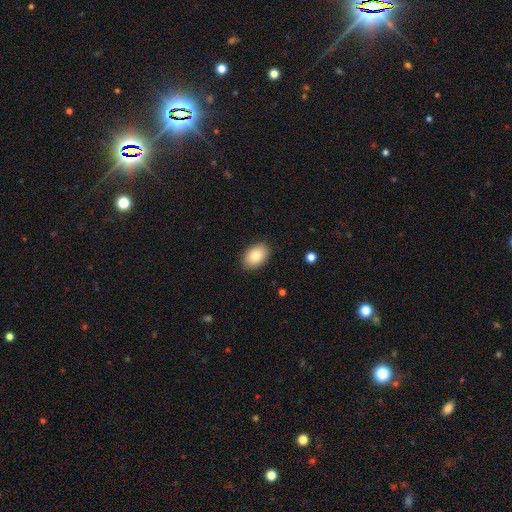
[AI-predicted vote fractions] This is clearly a smooth galaxy (84%). How rounded: clearly in between (87%). Merging: clearly none (88%).